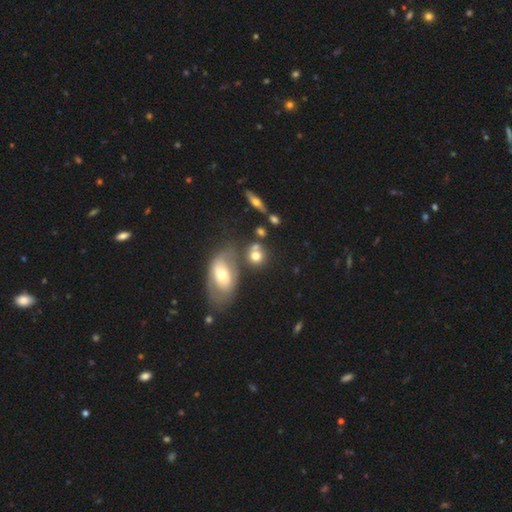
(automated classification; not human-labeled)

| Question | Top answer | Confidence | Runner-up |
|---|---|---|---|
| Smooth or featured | smooth | 70% | featured or disk (19%) |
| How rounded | round | 75% | in between (23%) |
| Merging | none | 50% | merger (28%) |